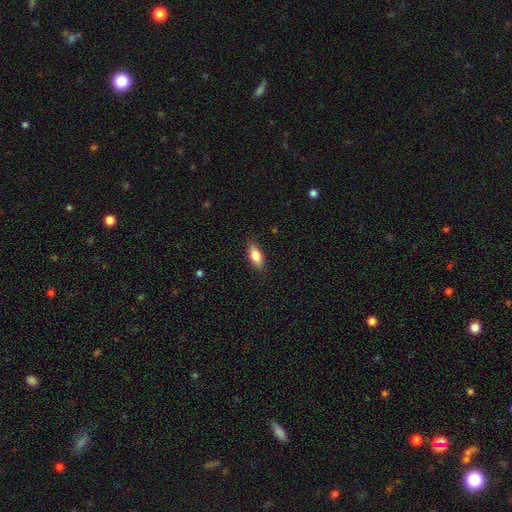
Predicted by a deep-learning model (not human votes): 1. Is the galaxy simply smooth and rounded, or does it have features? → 80% smooth, 13% featured or disk, 7% star or artifact.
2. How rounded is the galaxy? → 81% in between, 16% cigar-shaped, 3% round.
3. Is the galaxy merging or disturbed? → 87% none, 10% minor disturbance, 2% major disturbance, 1% merger.